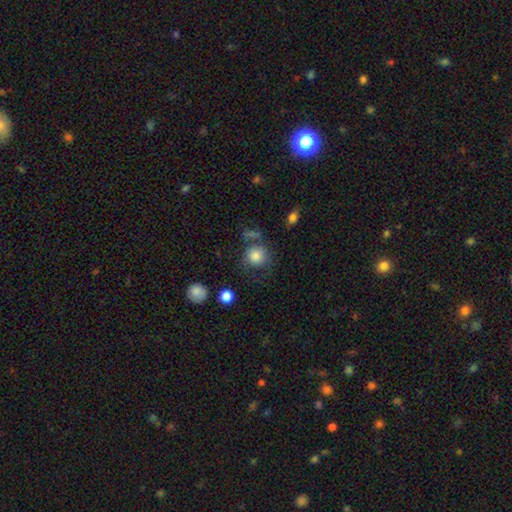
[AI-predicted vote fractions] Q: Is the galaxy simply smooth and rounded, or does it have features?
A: smooth — 81%.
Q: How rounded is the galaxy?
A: round — 88%.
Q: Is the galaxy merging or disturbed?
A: none — 60%.